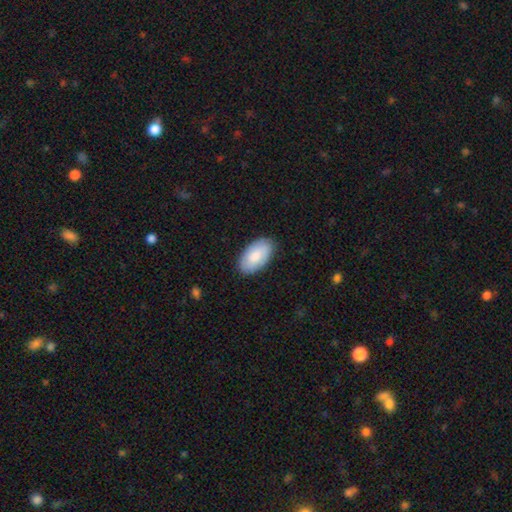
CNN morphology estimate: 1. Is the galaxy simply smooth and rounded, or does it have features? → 82% smooth, 12% featured or disk, 5% star or artifact.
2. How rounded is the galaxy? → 96% in between, 3% round, 1% cigar-shaped.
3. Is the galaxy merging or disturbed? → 86% none, 11% minor disturbance, 2% major disturbance, 1% merger.